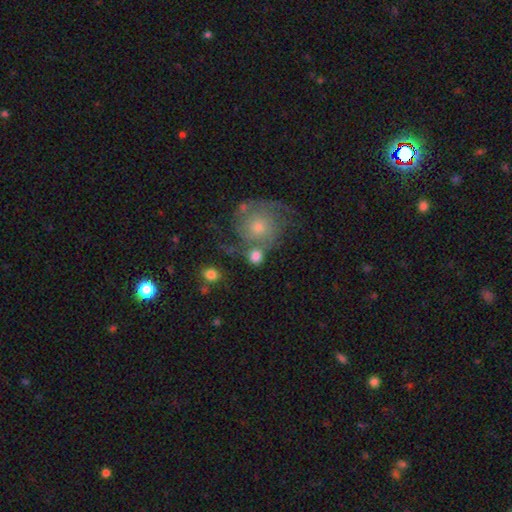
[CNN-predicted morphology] Overall: smooth (55%; featured or disk 35%). How rounded: round (82%). Merging: none (50%; merger 26%).